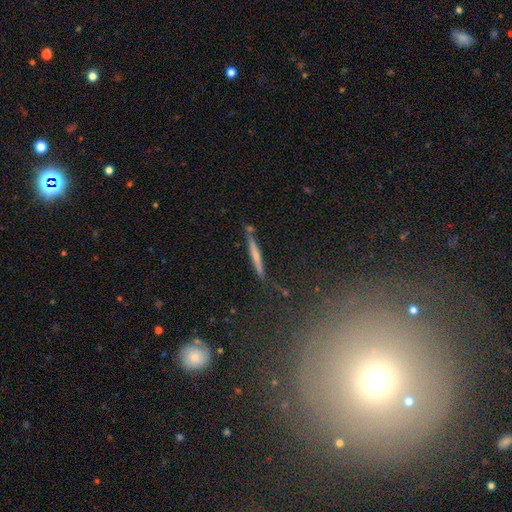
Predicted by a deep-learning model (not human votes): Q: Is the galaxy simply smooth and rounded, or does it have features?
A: smooth — 50%.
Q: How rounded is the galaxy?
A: cigar-shaped — 94%.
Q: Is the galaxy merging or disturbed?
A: none — 80%.